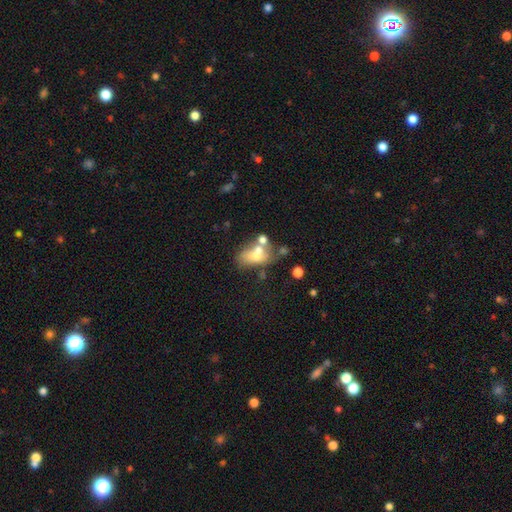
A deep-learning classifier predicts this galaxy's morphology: smooth_or_featured: smooth (p=0.52) [alt: featured or disk p=0.34]
how_rounded: in between (p=0.79) [alt: round p=0.17]
merging: merger (p=0.39) [alt: none p=0.30]